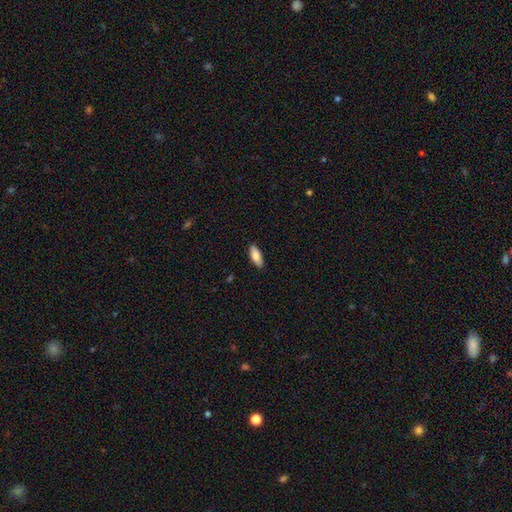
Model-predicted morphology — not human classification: A smooth galaxy with no disk features (84%) that is in between round and cigar-shaped (74%).

Vote fractions:
- Smooth or featured? smooth: 84% / featured or disk: 10% / star or artifact: 6%
- How rounded? in between: 74% / cigar-shaped: 24% / round: 2%
- Merging? none: 88% / minor disturbance: 10% / major disturbance: 2% / merger: 1%